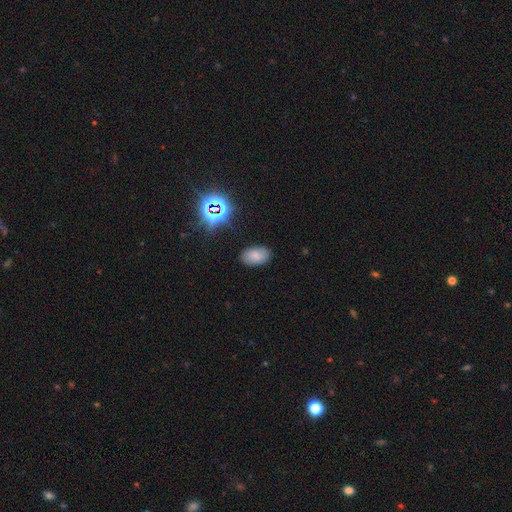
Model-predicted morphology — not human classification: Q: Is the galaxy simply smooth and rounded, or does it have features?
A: smooth — 77%.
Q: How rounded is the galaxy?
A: in between — 92%.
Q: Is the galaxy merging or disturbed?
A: none — 84%.